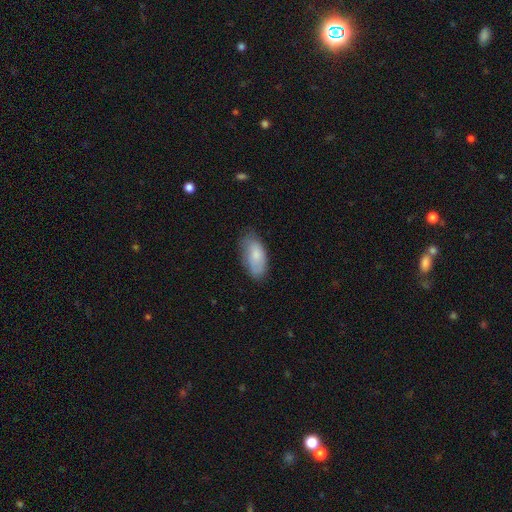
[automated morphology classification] Overall: smooth (78%). How rounded: in between (92%). Merging: none (67%).